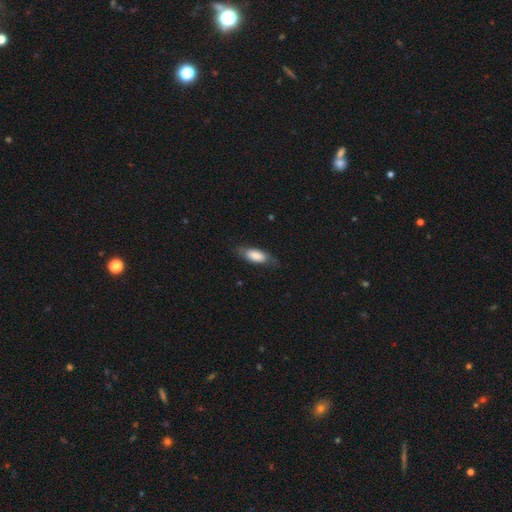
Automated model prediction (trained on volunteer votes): smooth_or_featured: smooth (p=0.76) [alt: featured or disk p=0.18]
how_rounded: in between (p=0.76) [alt: cigar-shaped p=0.21]
merging: none (p=0.69) [alt: minor disturbance p=0.23]